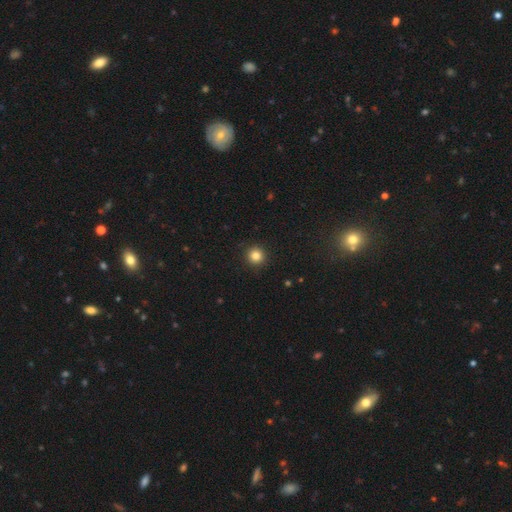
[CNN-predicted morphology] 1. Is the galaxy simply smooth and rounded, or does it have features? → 83% smooth, 12% star or artifact, 4% featured or disk.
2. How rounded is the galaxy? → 95% round, 4% in between, 1% cigar-shaped.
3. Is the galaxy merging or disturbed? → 92% none, 5% minor disturbance, 2% major disturbance, 1% merger.